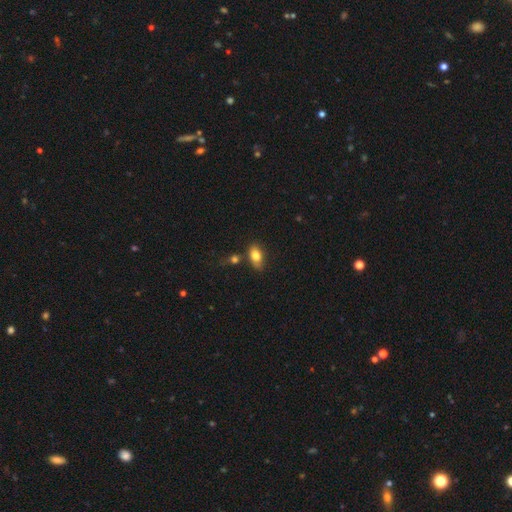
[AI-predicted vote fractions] smooth_or_featured: smooth (p=0.80) [alt: featured or disk p=0.12]
how_rounded: in between (p=0.87) [alt: round p=0.08]
merging: none (p=0.68) [alt: minor disturbance p=0.18]